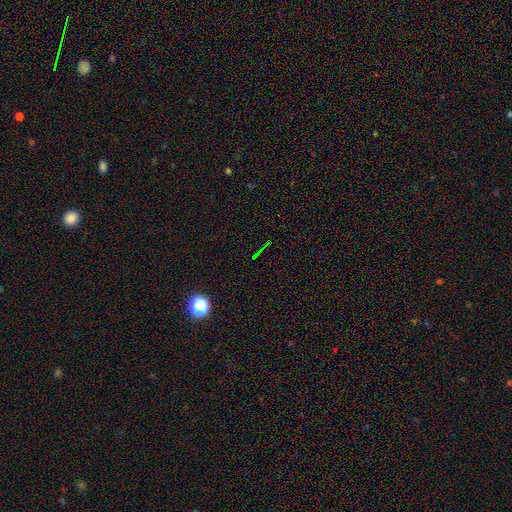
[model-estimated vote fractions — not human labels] The model was most divided on "smooth or featured": star or artifact: 74%, smooth: 14%, featured or disk: 12%.